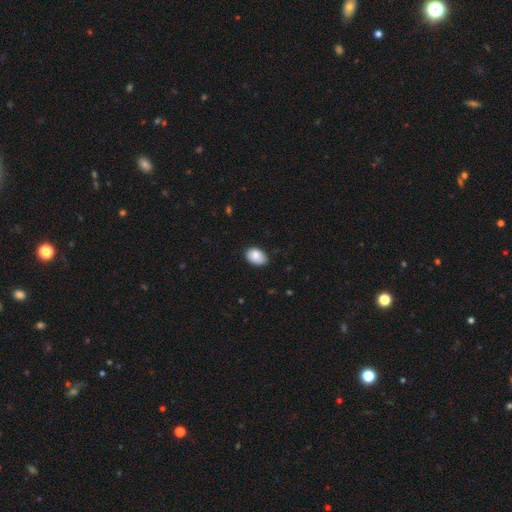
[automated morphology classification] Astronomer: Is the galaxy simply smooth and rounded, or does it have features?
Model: smooth — 84%.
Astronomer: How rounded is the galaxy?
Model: in between — 85%.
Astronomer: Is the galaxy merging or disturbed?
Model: none — 78%.